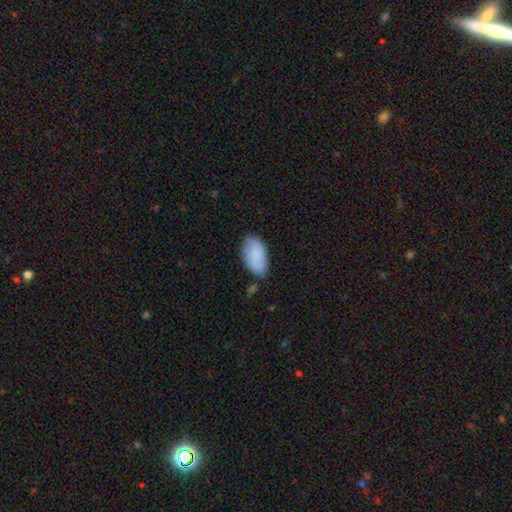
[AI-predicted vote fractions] Q: Smooth or featured?
A: smooth (83%); runner-up: featured or disk (11%)
Q: How rounded?
A: in between (95%); runner-up: round (3%)
Q: Merging?
A: none (71%); runner-up: minor disturbance (22%)